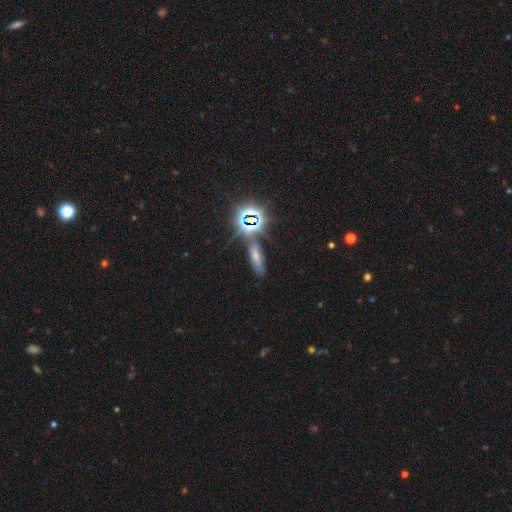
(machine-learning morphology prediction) This is possibly a smooth galaxy (48%). Merging: likely none (67%).